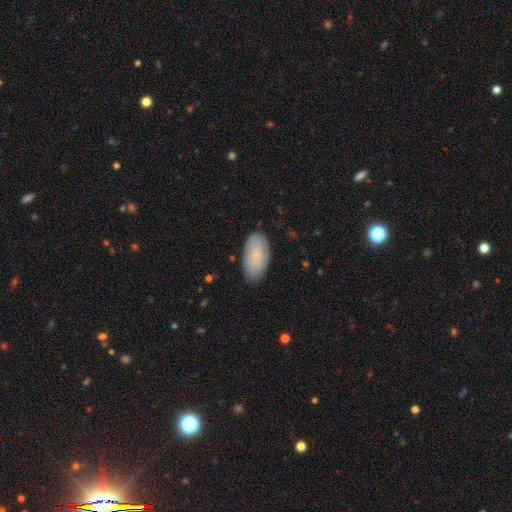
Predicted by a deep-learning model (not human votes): Smooth or featured? smooth (81%)
How rounded? in between (95%)
Merging? none (83%)